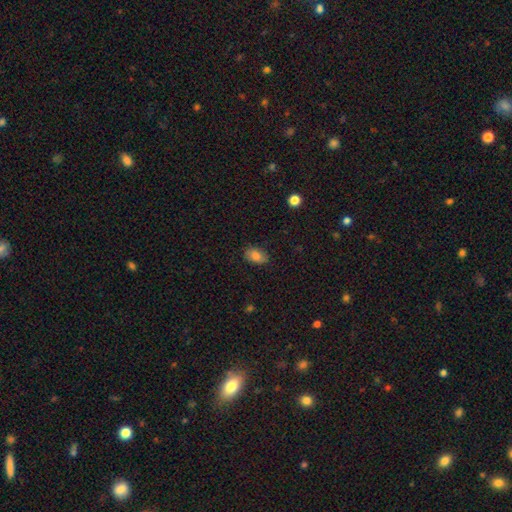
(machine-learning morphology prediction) Smooth or featured: smooth — 79% (featured or disk — 12%)
How rounded: in between — 86% (round — 12%)
Merging: none — 82% (minor disturbance — 14%)